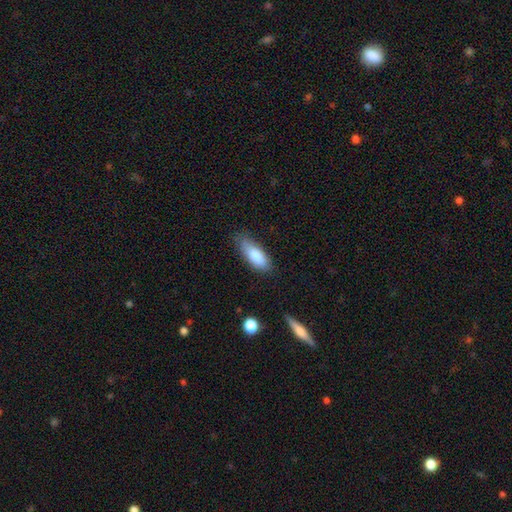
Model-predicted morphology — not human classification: Q: Smooth or featured?
A: smooth (84%); runner-up: featured or disk (10%)
Q: How rounded?
A: in between (73%); runner-up: cigar-shaped (25%)
Q: Merging?
A: none (73%); runner-up: minor disturbance (21%)